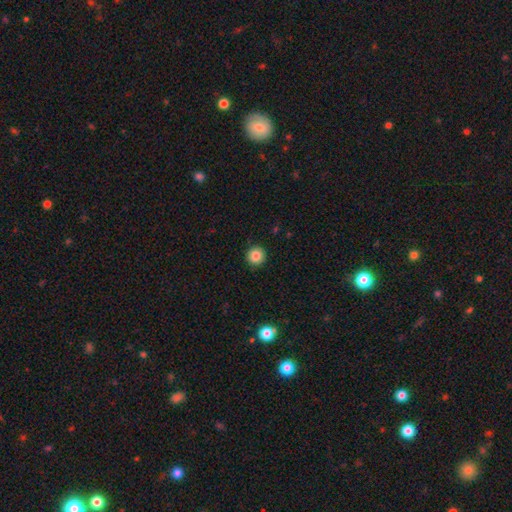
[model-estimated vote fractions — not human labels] Q: Smooth or featured?
A: smooth (86%); runner-up: star or artifact (10%)
Q: How rounded?
A: round (96%); runner-up: in between (4%)
Q: Merging?
A: none (92%); runner-up: minor disturbance (5%)